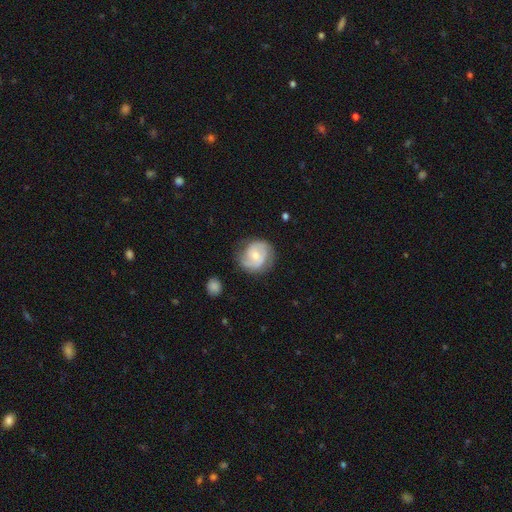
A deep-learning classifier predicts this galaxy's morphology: smooth-or-featured: featured or disk: 64% | smooth: 30% | star or artifact: 6%
  disk-edge-on: no: 98% | yes: 2%
    bar: no: 56% | weak: 37% | strong: 7%
    has-spiral-arms: yes: 88% | no: 12%
      spiral-winding: tight: 43% | medium: 42% | loose: 15%
      spiral-arm-count: 2: 72% | can't tell: 16% | 3: 5% | 1: 4% | 4: 2% | more than 4: 2%
    bulge-size: moderate: 50% | small: 44% | large: 3% | none: 2% | dominant: 1%
  merging: none: 70% | minor disturbance: 20% | major disturbance: 7% | merger: 2%